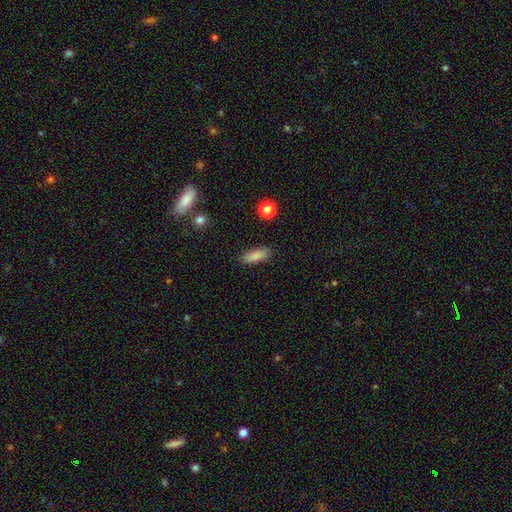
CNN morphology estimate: Smooth or featured: smooth — 85% (star or artifact — 8%)
How rounded: in between — 60% (cigar-shaped — 37%)
Merging: none — 87% (minor disturbance — 9%)